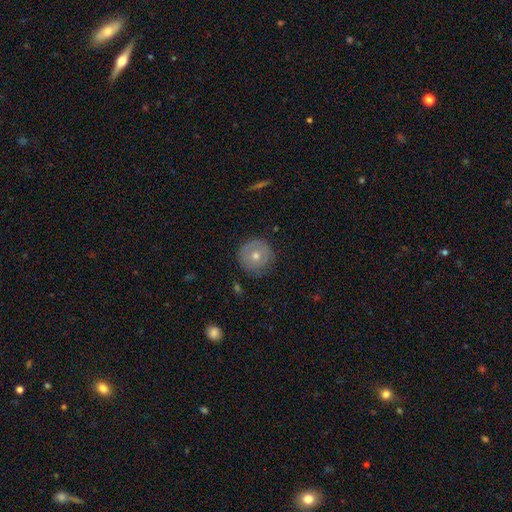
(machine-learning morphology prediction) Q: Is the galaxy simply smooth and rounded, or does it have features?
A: smooth — 52%.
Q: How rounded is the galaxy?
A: round — 95%.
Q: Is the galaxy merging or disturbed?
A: none — 86%.